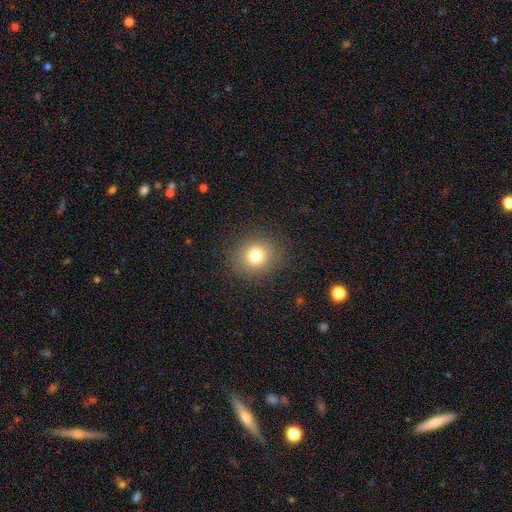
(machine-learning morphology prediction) This is likely a smooth galaxy (77%). How rounded: clearly round (81%). Merging: clearly none (88%).